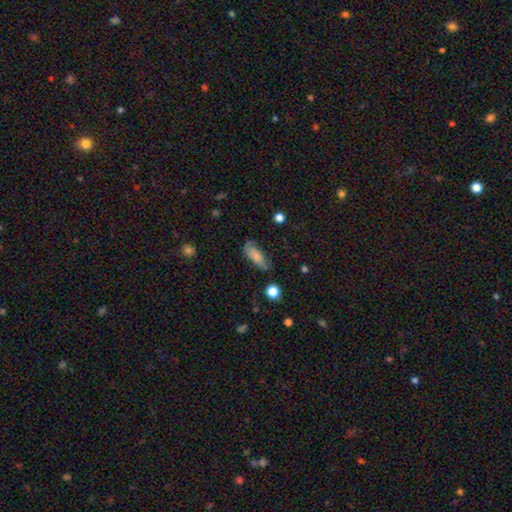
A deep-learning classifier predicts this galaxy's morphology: This appears to be a smooth galaxy with no disk features (75%) that is in between round and cigar-shaped (70%). Merging: none (63%).